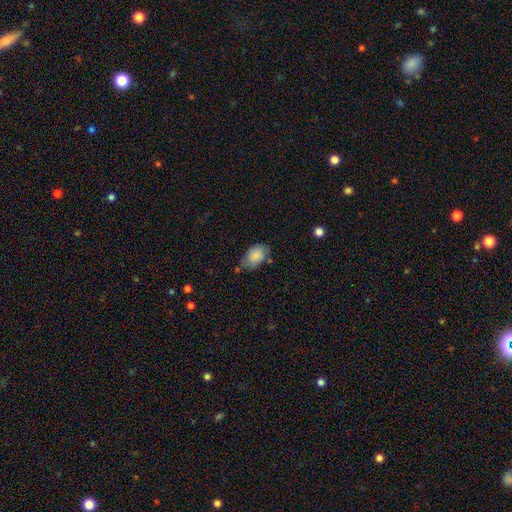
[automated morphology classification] smooth 83%, featured or disk 10%, star or artifact 7%. Down the decision tree: how rounded — in between (87%); merging — none (56%).